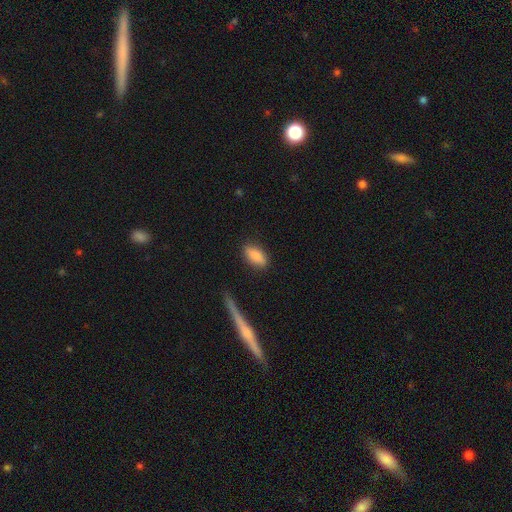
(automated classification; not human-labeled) smooth 85%, featured or disk 8%, star or artifact 7%. Down the decision tree: how rounded — in between (81%); merging — none (83%).